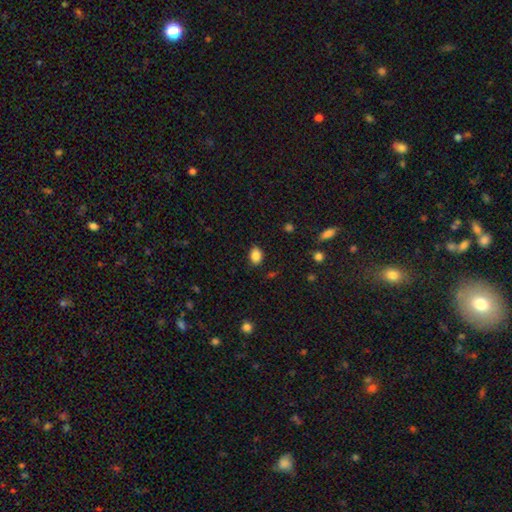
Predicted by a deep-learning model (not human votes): A smooth galaxy with no disk features (85%) that is in between round and cigar-shaped (73%).

Vote fractions:
- Smooth or featured? smooth: 85% / star or artifact: 9% / featured or disk: 6%
- How rounded? in between: 73% / round: 26% / cigar-shaped: 1%
- Merging? none: 85% / minor disturbance: 12% / major disturbance: 2% / merger: 1%